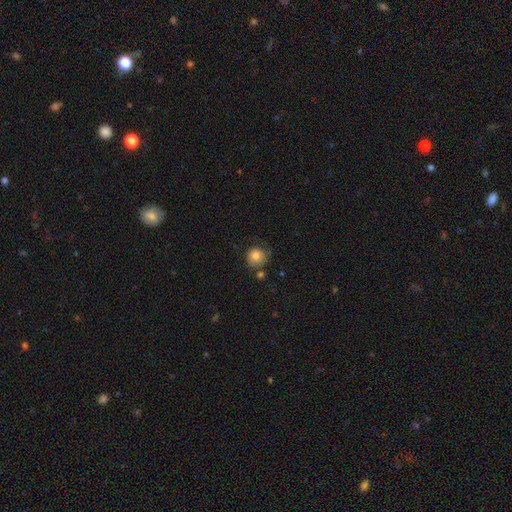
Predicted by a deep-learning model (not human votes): smooth 80%, featured or disk 10%, star or artifact 9%. Down the decision tree: how rounded — round (88%); merging — none (63%).